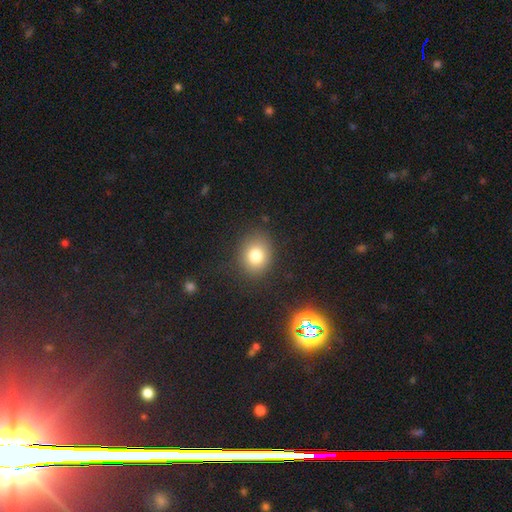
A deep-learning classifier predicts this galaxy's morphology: smooth_or_featured: smooth (p=0.78) [alt: star or artifact p=0.13]
how_rounded: round (p=0.67) [alt: in between p=0.32]
merging: none (p=0.86) [alt: minor disturbance p=0.09]